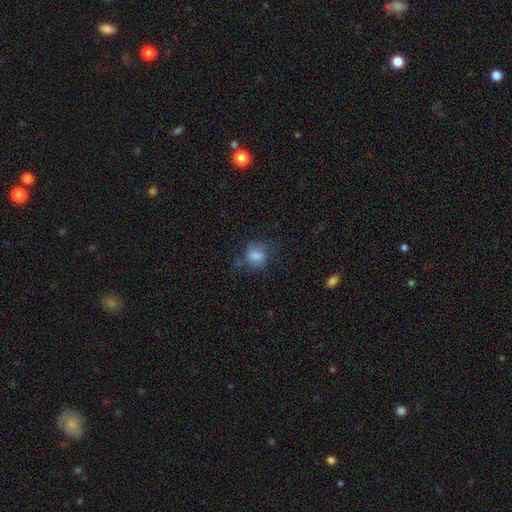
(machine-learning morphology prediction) smooth-or-featured: smooth: 72% | featured or disk: 18% | star or artifact: 10%
  how-rounded: in between: 53% | round: 44% | cigar-shaped: 2%
  merging: none: 51% | minor disturbance: 27% | major disturbance: 18% | merger: 4%